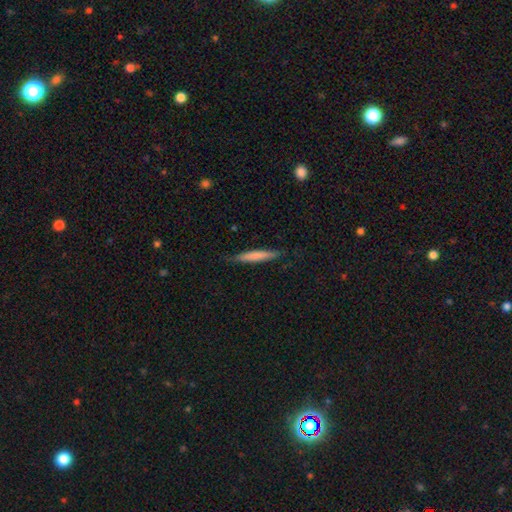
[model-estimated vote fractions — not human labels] The model was most divided on "smooth or featured": smooth: 70%, featured or disk: 25%, star or artifact: 5%. More confident: how rounded — cigar-shaped (94%); merging — none (85%).